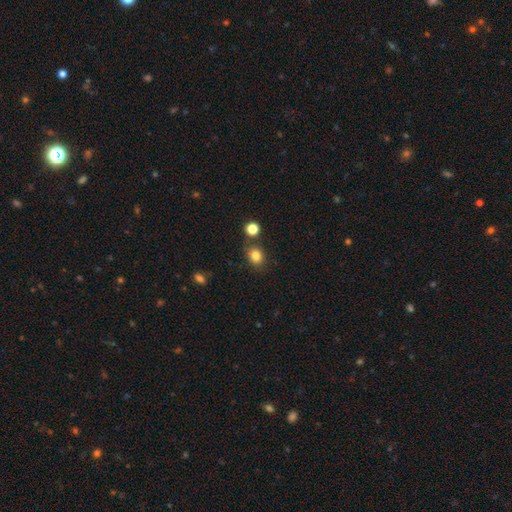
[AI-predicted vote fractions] Overall: smooth (82%). How rounded: round (63%; in between 36%). Merging: none (75%).